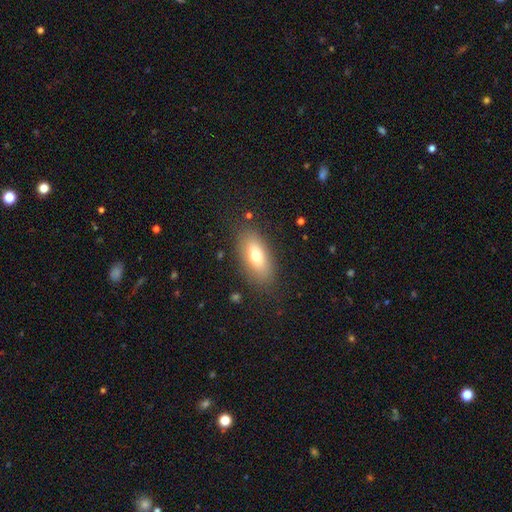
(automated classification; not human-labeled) This appears to be a smooth galaxy with no disk features (71%) that is in between round and cigar-shaped (85%). Merging: none (82%).